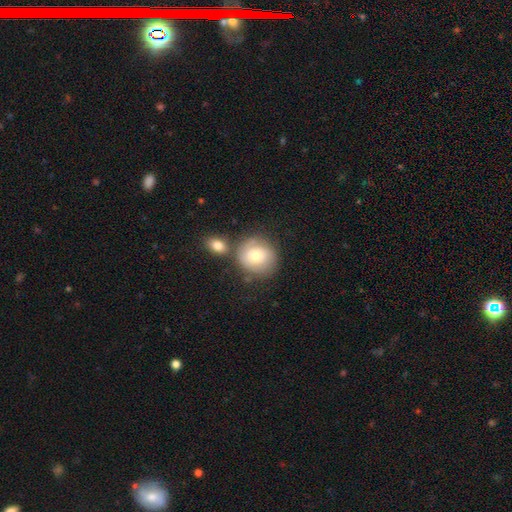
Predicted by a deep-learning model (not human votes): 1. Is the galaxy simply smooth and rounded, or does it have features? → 67% smooth, 25% featured or disk, 8% star or artifact.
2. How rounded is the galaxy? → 85% round, 14% in between, 1% cigar-shaped.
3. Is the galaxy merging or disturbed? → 59% none, 19% merger, 17% minor disturbance, 6% major disturbance.